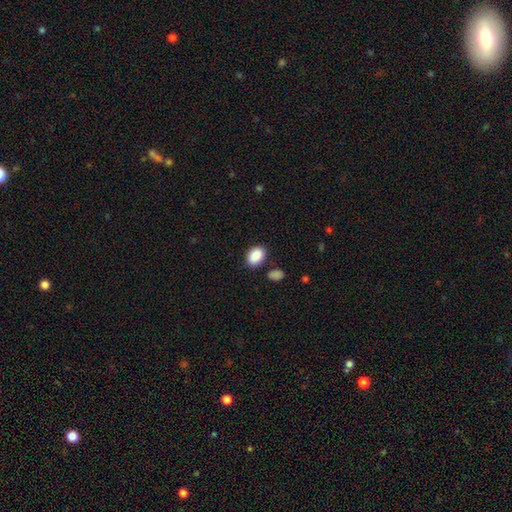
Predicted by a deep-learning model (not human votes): Smooth or featured: smooth — 90% (star or artifact — 7%)
How rounded: in between — 77% (round — 22%)
Merging: none — 81% (minor disturbance — 11%)